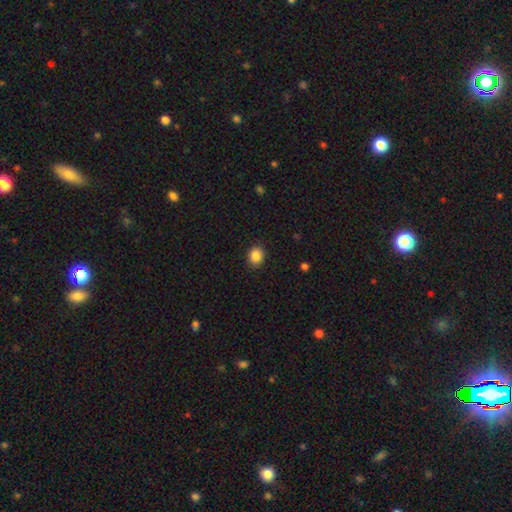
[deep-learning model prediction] Overall: smooth (87%). How rounded: round (66%; in between 33%). Merging: none (89%).